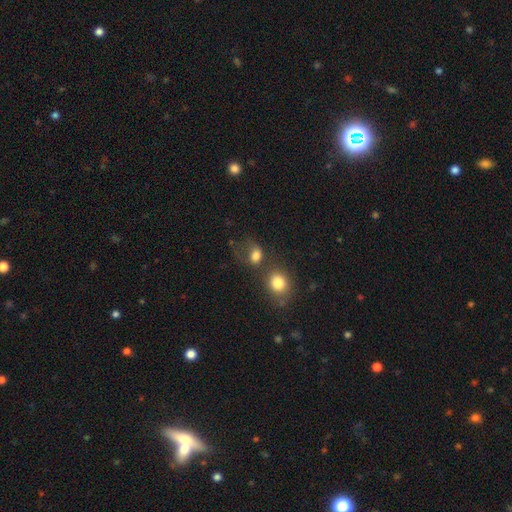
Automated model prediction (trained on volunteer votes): This is likely a smooth galaxy (78%). How rounded: possibly round (51%). Merging: marginally none (38%).